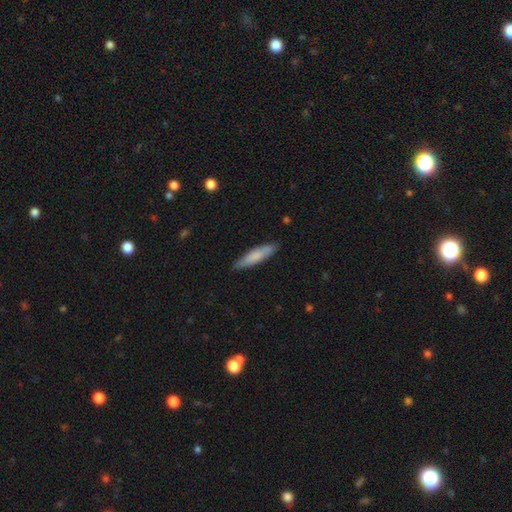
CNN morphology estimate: A smooth galaxy with no disk features (74%) that is cigar-shaped (80%). Merging: none (83%).